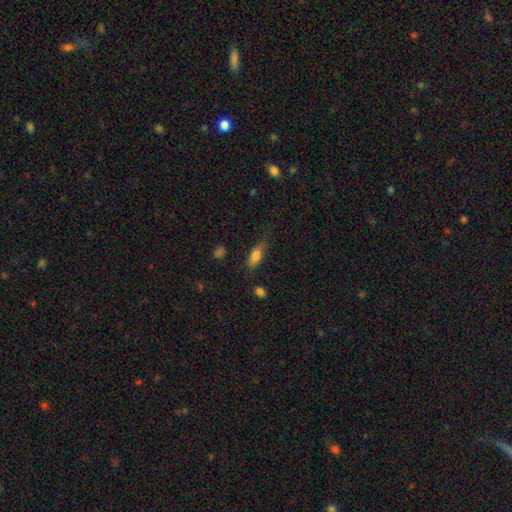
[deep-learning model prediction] Q: Smooth or featured?
A: smooth (75%); runner-up: featured or disk (18%)
Q: How rounded?
A: in between (71%); runner-up: cigar-shaped (26%)
Q: Merging?
A: none (62%); runner-up: minor disturbance (27%)